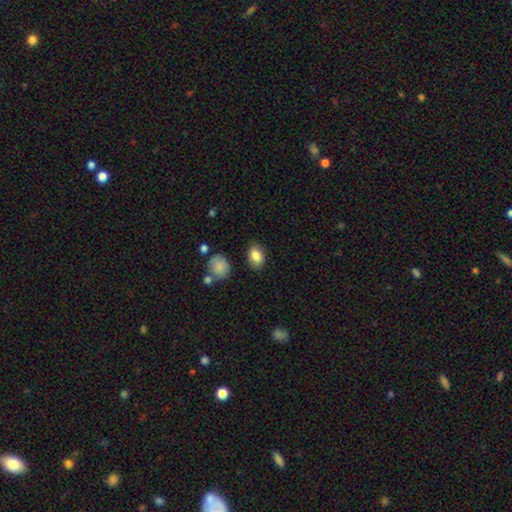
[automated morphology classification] Overall: smooth (85%). How rounded: in between (81%). Merging: none (81%).